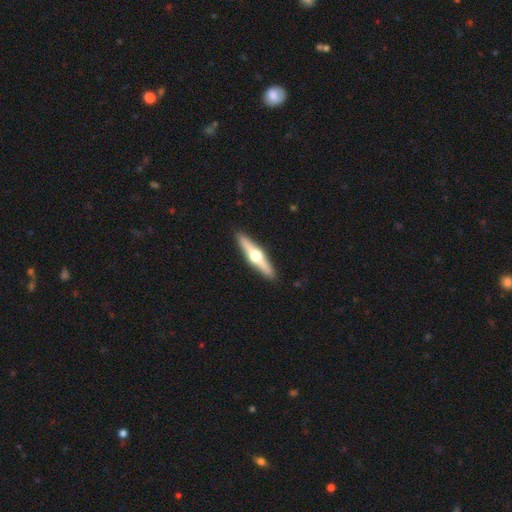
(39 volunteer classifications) Smooth or featured? 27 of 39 (69%) said featured or disk. Edge-on disk? 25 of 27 (93%) said yes. Edge-on bulge? 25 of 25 (100%) said rounded. Merging? 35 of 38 (92%) said none.